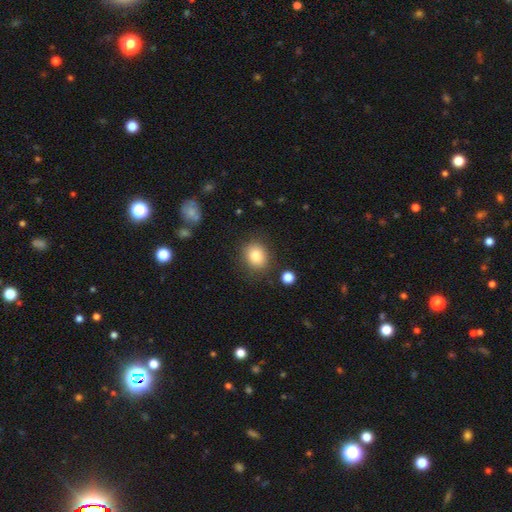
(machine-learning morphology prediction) This appears to be a smooth galaxy with no disk features (84%) that is round (65%). Merging: none (82%).